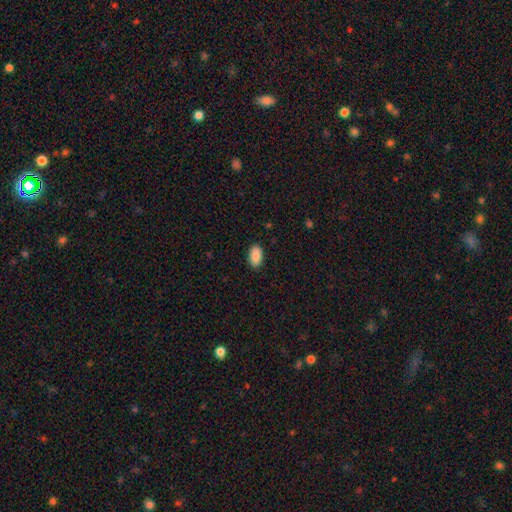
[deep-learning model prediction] This is clearly a smooth galaxy (89%). How rounded: clearly in between (94%). Merging: clearly none (89%).